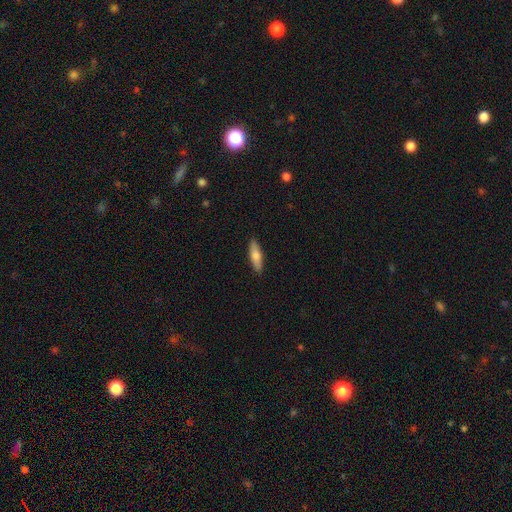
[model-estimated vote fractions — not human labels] smooth 71%, featured or disk 23%, star or artifact 6%. Down the decision tree: how rounded — cigar-shaped (62%); merging — none (90%).